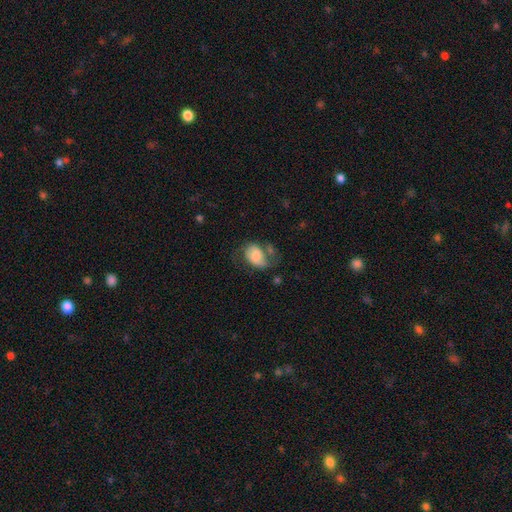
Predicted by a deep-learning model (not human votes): Morphology: type=smooth (52%); roundness=in between (77%); merging=none (42%).